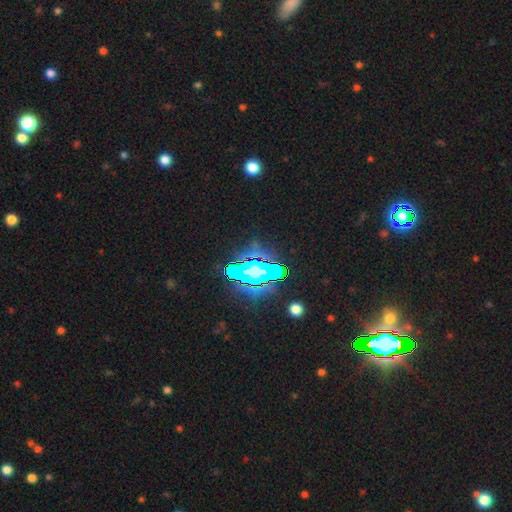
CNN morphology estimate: The model was most divided on "smooth or featured": star or artifact: 81%, smooth: 10%, featured or disk: 9%.